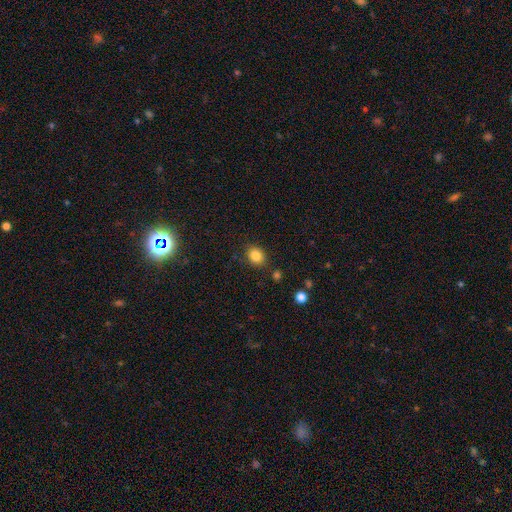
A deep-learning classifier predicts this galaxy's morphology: This is clearly a smooth galaxy (84%). How rounded: possibly round (54%). Merging: clearly none (85%).